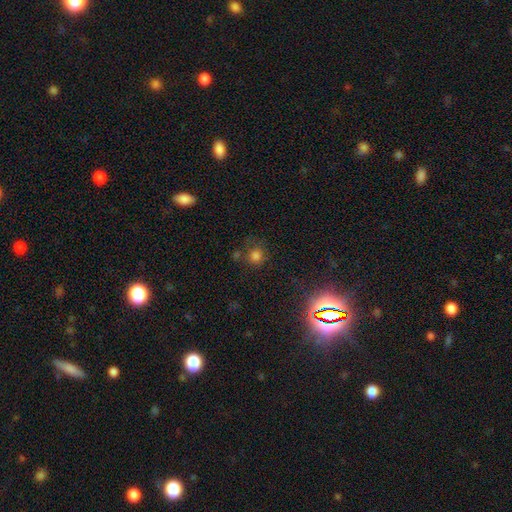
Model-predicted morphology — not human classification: Q: Smooth or featured?
A: smooth (74%); runner-up: star or artifact (19%)
Q: How rounded?
A: round (86%); runner-up: in between (13%)
Q: Merging?
A: none (67%); runner-up: minor disturbance (16%)